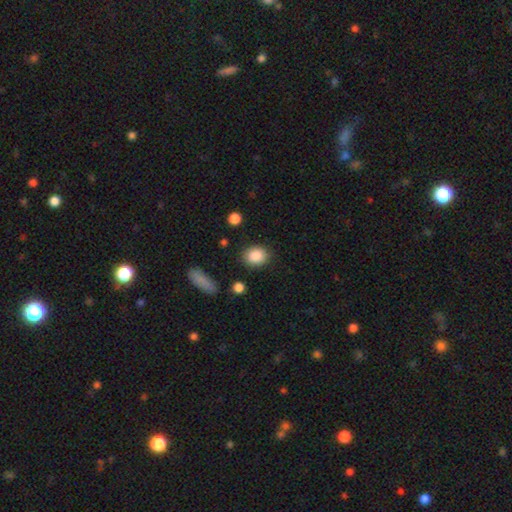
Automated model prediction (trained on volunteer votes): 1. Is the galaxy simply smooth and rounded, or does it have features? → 87% smooth, 8% star or artifact, 5% featured or disk.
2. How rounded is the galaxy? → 51% round, 48% in between, 1% cigar-shaped.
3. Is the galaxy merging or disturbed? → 85% none, 10% minor disturbance, 3% major disturbance, 2% merger.